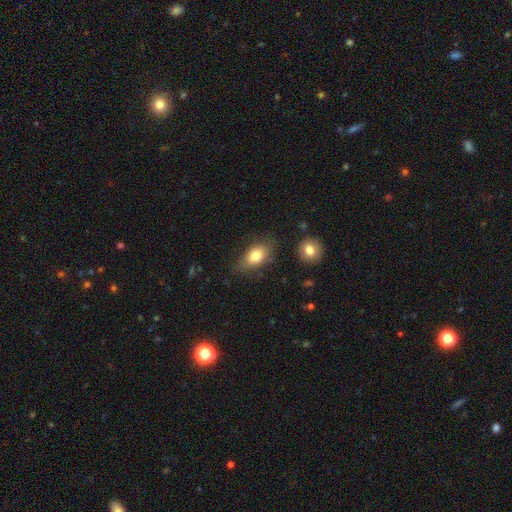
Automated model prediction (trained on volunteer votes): The model was most divided on "merging": none: 71%, minor disturbance: 20%, major disturbance: 6%, merger: 3%. More confident: how rounded — in between (84%); smooth or featured — smooth (80%).